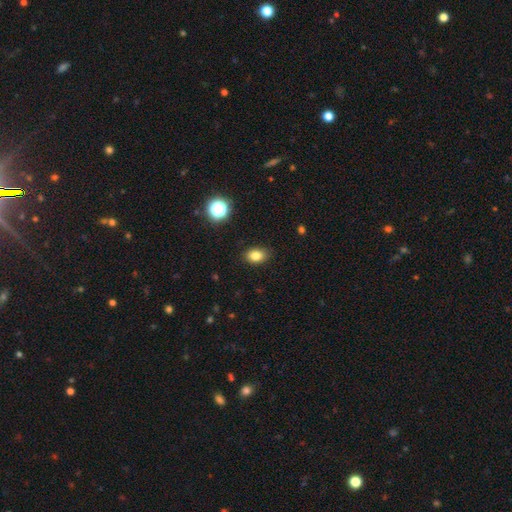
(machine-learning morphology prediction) Smooth or featured? smooth (82%)
How rounded? in between (75%)
Merging? none (86%)